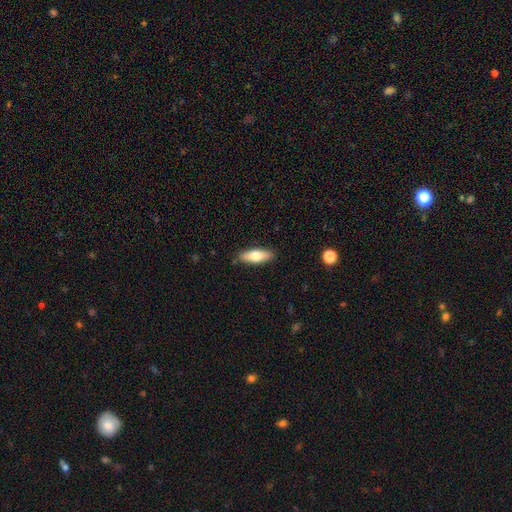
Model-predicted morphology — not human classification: This appears to be a smooth galaxy with no disk features (70%) that is in between round and cigar-shaped (63%). Merging: none (88%).